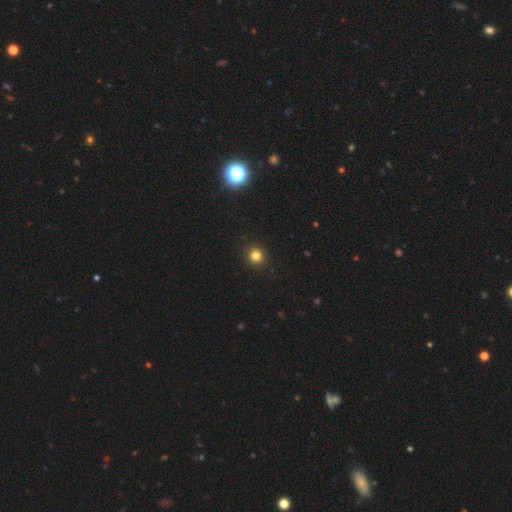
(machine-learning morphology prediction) Overall: smooth (81%). How rounded: round (92%). Merging: none (92%).